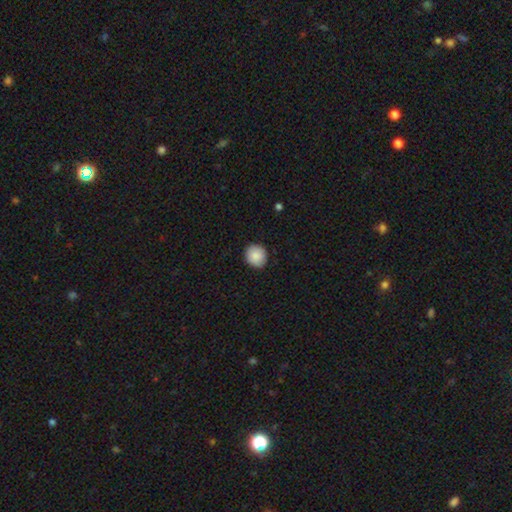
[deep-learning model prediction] Smooth or featured?
  - smooth: 87% *
  - star or artifact: 7%
  - featured or disk: 5%
How rounded?
  - round: 82% *
  - in between: 17%
  - cigar-shaped: 1%
Merging?
  - none: 90% *
  - minor disturbance: 8%
  - major disturbance: 2%
  - merger: 1%